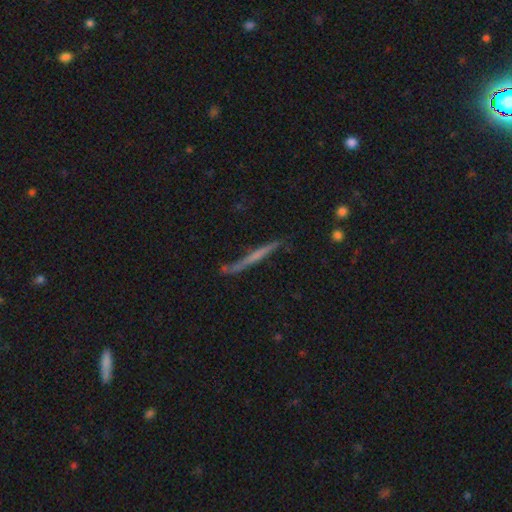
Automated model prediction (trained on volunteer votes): smooth-or-featured: featured or disk: 55% | smooth: 38% | star or artifact: 7%
  disk-edge-on: yes: 93% | no: 7%
    edge-on-bulge: none: 75% | rounded: 17% | boxy: 8%
  merging: none: 72% | minor disturbance: 18% | major disturbance: 6% | merger: 5%